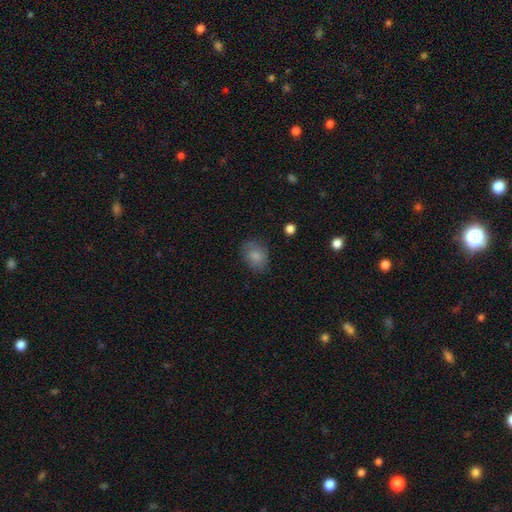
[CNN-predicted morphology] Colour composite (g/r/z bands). It shows a smooth galaxy with no disk features (83%) that is in between round and cigar-shaped (64%). Merging: none (75%).